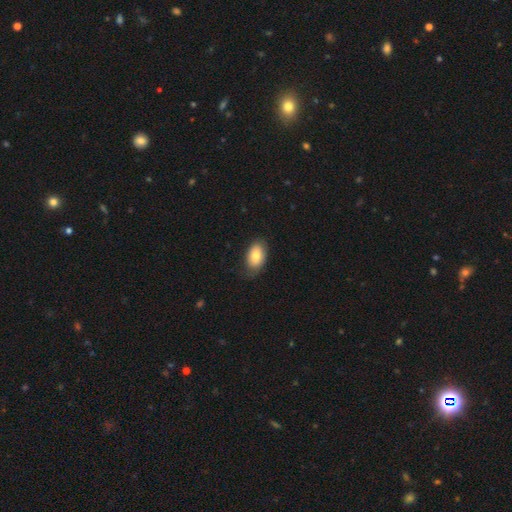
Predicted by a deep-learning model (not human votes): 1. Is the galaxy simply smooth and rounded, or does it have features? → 79% smooth, 14% featured or disk, 7% star or artifact.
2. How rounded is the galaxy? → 91% in between, 8% round, 1% cigar-shaped.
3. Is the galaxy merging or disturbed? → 72% none, 22% minor disturbance, 5% major disturbance, 1% merger.